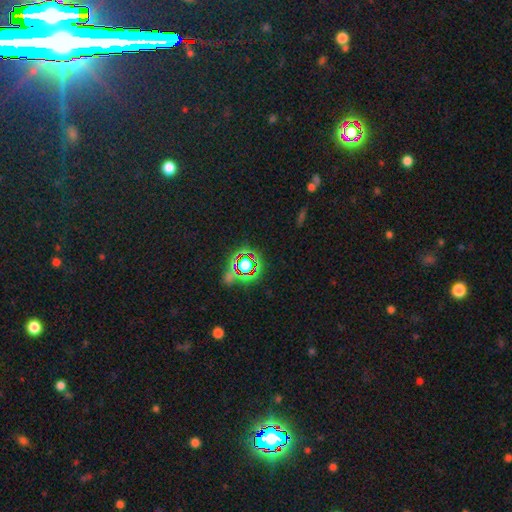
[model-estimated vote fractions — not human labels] smooth-or-featured: star or artifact: 73% | smooth: 17% | featured or disk: 10%